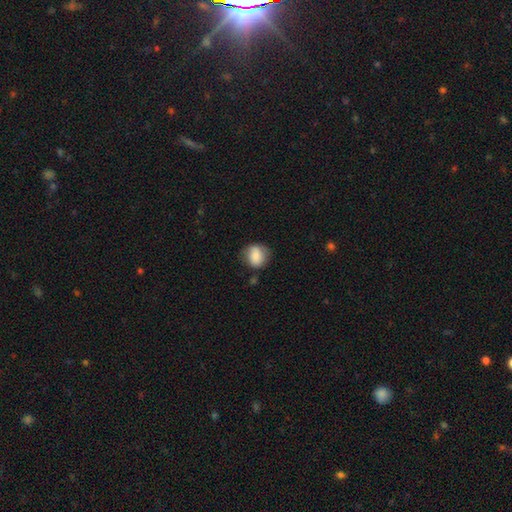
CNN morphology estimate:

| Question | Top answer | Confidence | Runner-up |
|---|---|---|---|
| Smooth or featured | smooth | 80% | featured or disk (12%) |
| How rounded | round | 68% | in between (30%) |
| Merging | none | 70% | minor disturbance (22%) |